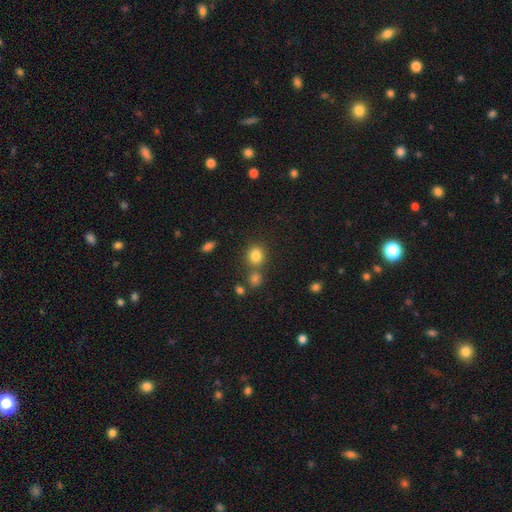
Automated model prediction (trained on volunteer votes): The model was most divided on "merging": none: 69%, merger: 17%, minor disturbance: 10%, major disturbance: 4%. More confident: smooth or featured — smooth (82%); how rounded — round (79%).